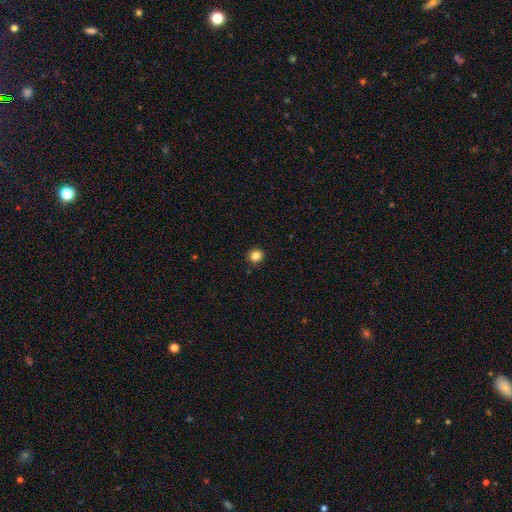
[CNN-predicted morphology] This is clearly a smooth galaxy (85%). How rounded: clearly round (85%). Merging: clearly none (91%).